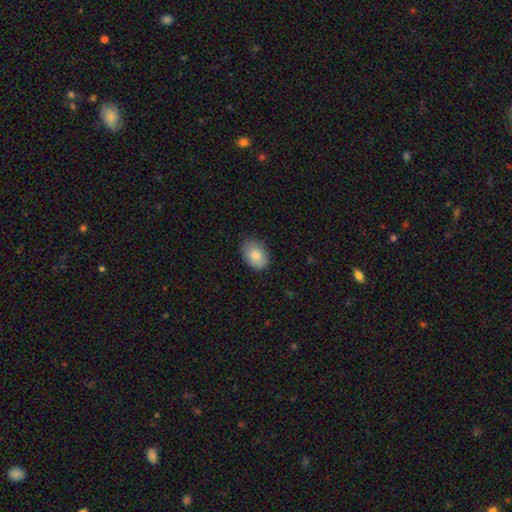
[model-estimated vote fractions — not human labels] Smooth or featured? Predicted: smooth (p=0.85). How rounded? Predicted: in between (p=0.85). Merging? Predicted: none (p=0.78).